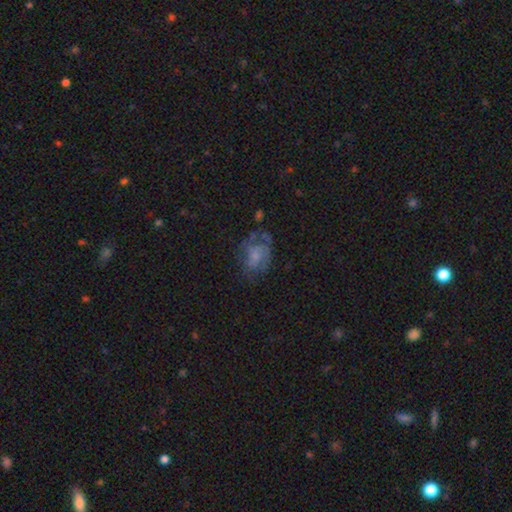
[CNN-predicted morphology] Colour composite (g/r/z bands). It shows a featured or disk galaxy (49%). Merging: none (42%).